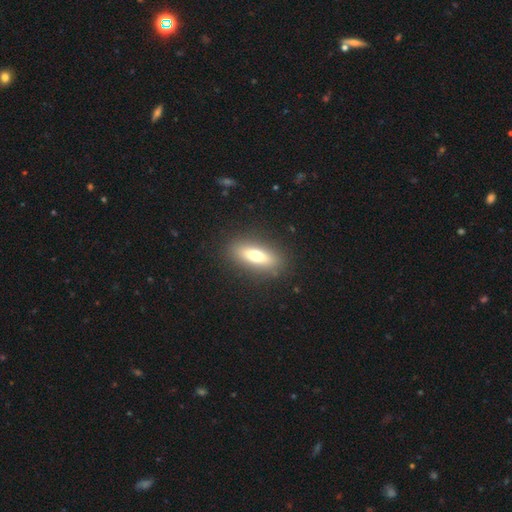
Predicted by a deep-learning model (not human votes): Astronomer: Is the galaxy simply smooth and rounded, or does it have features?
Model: smooth — 62%.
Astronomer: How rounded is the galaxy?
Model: in between — 59% (runner-up: cigar-shaped, 37%).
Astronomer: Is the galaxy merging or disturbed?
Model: none — 88%.